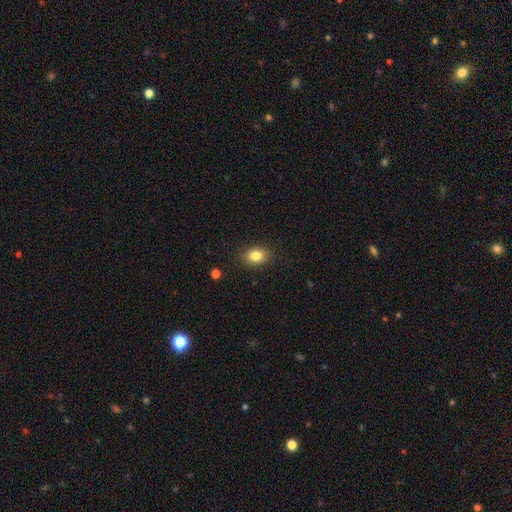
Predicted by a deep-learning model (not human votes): Morphology: type=smooth (83%); roundness=in between (66%); merging=none (88%).